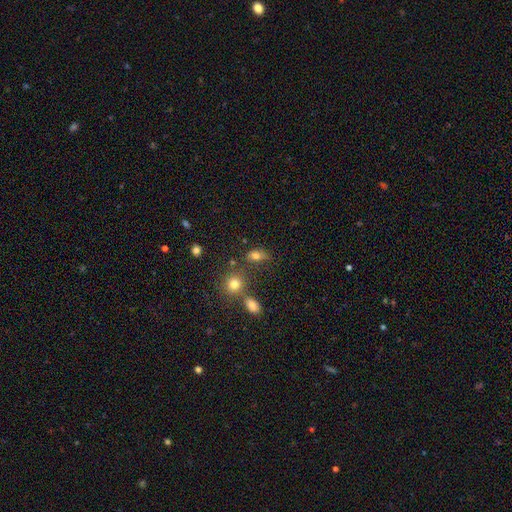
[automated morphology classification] Smooth or featured?
  - smooth: 76% *
  - star or artifact: 14%
  - featured or disk: 10%
How rounded?
  - in between: 76% *
  - round: 21%
  - cigar-shaped: 4%
Merging?
  - none: 63% *
  - minor disturbance: 18%
  - merger: 12%
  - major disturbance: 7%